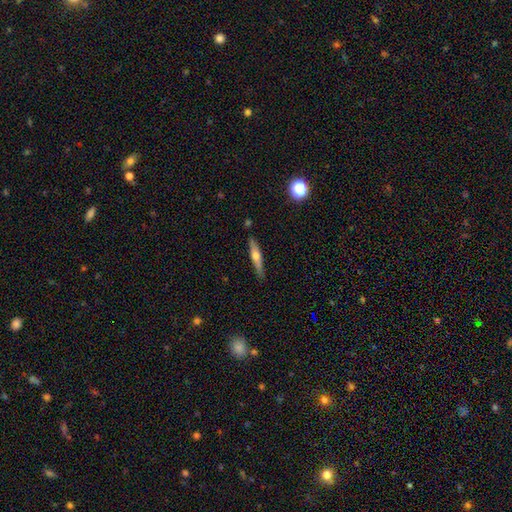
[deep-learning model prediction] A featured or disk galaxy (55%) viewed edge-on (95%) with a rounded central bulge (89%).

Vote fractions:
- Smooth or featured? featured or disk: 55% / smooth: 38% / star or artifact: 7%
- Edge-on disk? yes: 95% / no: 5%
- Edge-on bulge? rounded: 89% / none: 6% / boxy: 5%
- Merging? none: 85% / minor disturbance: 11% / merger: 2% / major disturbance: 2%